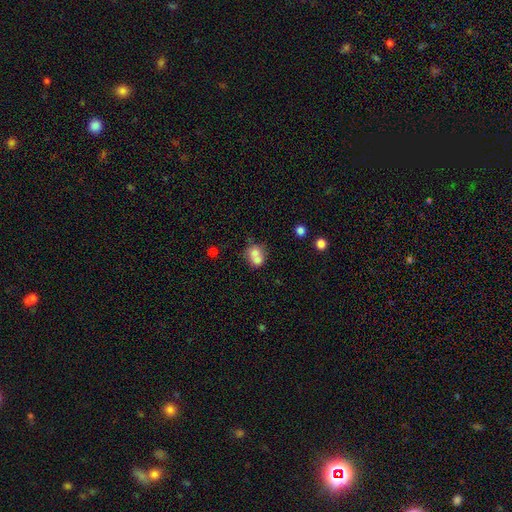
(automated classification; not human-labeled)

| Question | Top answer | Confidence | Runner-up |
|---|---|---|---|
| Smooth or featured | smooth | 70% | featured or disk (19%) |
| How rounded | round | 64% | in between (35%) |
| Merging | merger | 63% | none (26%) |